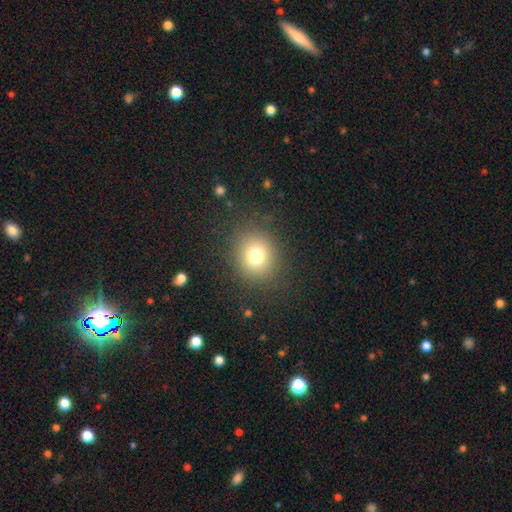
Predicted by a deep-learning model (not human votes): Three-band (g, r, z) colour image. It shows a smooth galaxy with no disk features (75%) that is round (79%). Merging: none (86%).